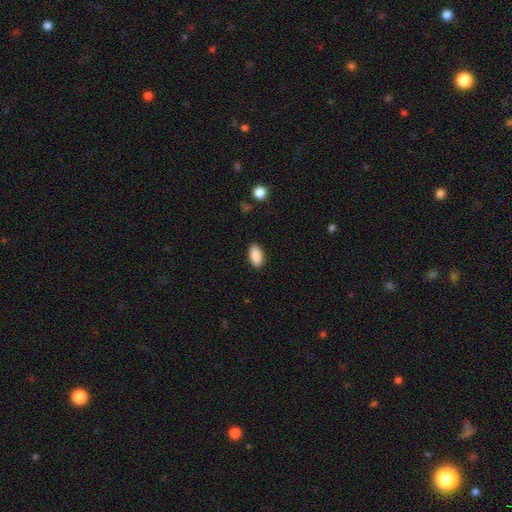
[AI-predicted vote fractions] smooth 90%, star or artifact 7%, featured or disk 4%. Down the decision tree: how rounded — in between (92%); merging — none (89%).